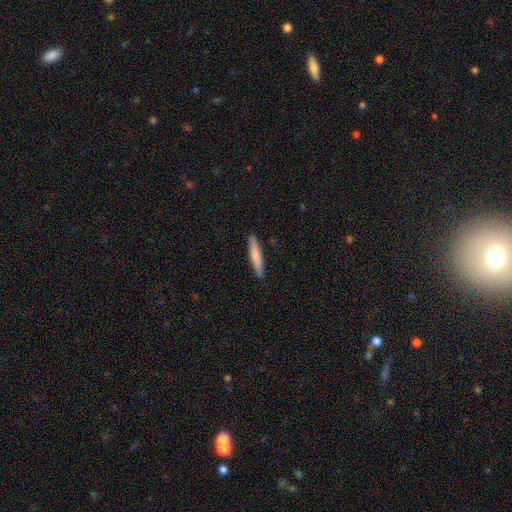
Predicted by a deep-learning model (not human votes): Smooth or featured: smooth — 72% (featured or disk — 23%)
How rounded: cigar-shaped — 92% (in between — 7%)
Merging: none — 91% (minor disturbance — 7%)